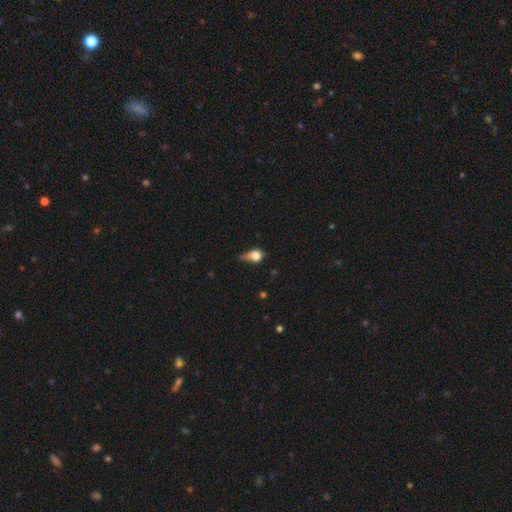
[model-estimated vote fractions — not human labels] Smooth or featured? smooth (64%)
How rounded? round (55%)
Merging? minor disturbance (35%)